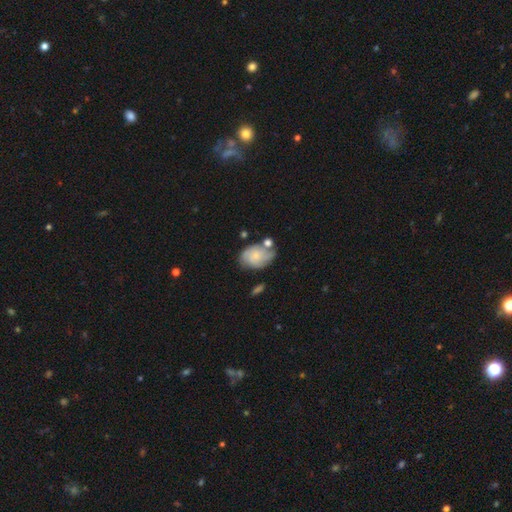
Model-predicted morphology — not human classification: Overall: smooth (50%; featured or disk 43%). Merging: none (51%; minor disturbance 25%).